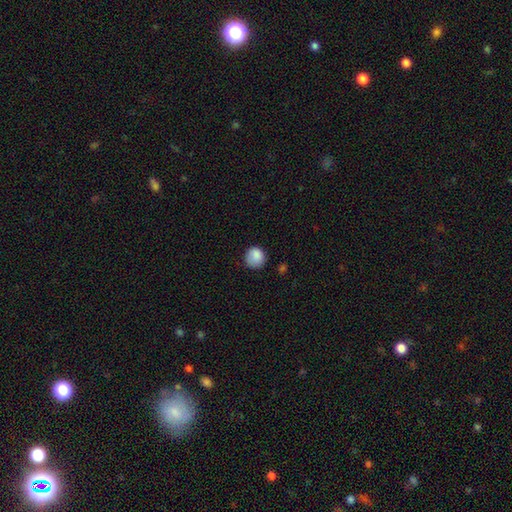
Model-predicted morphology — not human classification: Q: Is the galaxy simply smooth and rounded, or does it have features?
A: smooth — 87%.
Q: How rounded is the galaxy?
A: round — 88%.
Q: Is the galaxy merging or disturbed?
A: none — 73%.